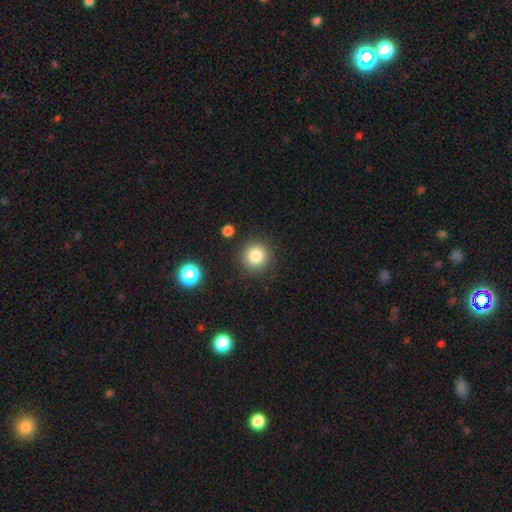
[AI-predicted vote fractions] A smooth galaxy with no disk features (83%) that is round (94%). Merging: none (88%).